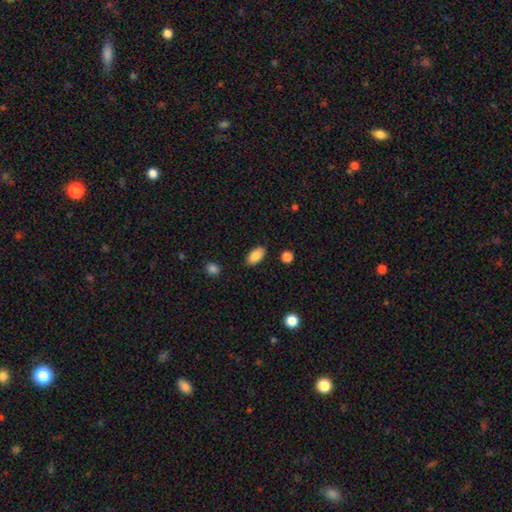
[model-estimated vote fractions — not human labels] The model was most divided on "merging": none: 86%, minor disturbance: 10%, major disturbance: 2%, merger: 2%. More confident: how rounded — in between (91%); smooth or featured — smooth (87%).